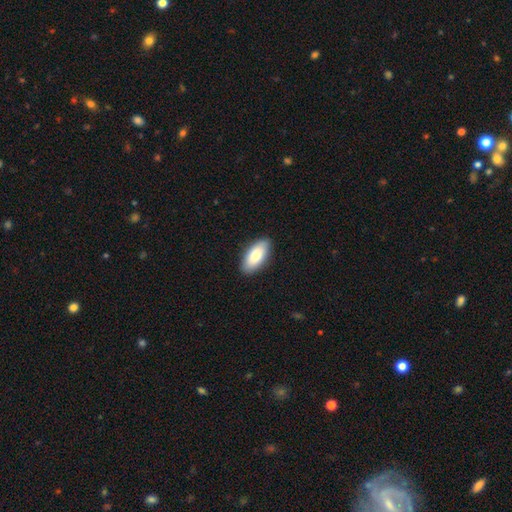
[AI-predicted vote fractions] smooth-or-featured: smooth: 81% | featured or disk: 13% | star or artifact: 6%
  how-rounded: in between: 90% | cigar-shaped: 8% | round: 2%
  merging: none: 89% | minor disturbance: 8% | major disturbance: 2% | merger: 1%